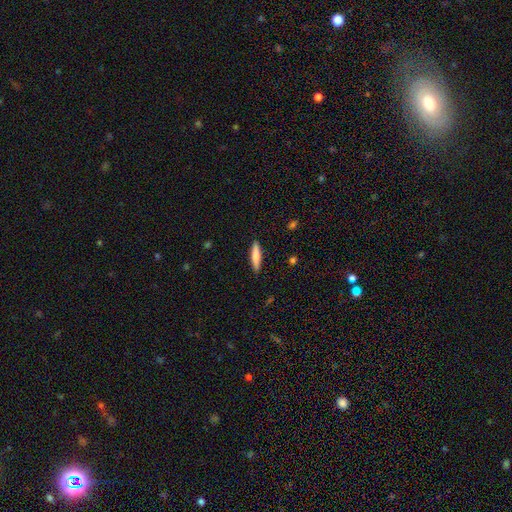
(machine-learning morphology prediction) smooth-or-featured: smooth: 77% | featured or disk: 18% | star or artifact: 6%
  how-rounded: cigar-shaped: 84% | in between: 15% | round: 1%
  merging: none: 89% | minor disturbance: 8% | major disturbance: 2% | merger: 1%